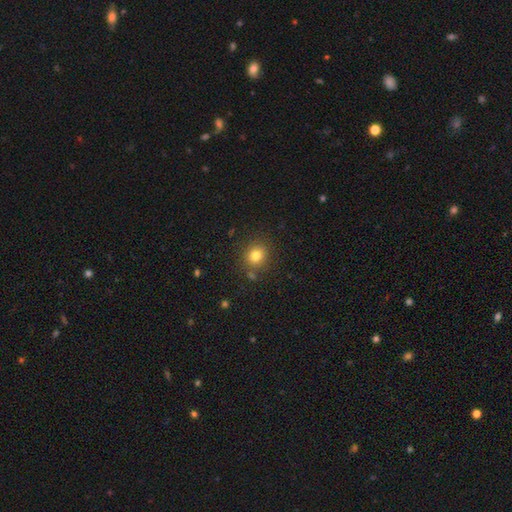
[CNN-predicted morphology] type=smooth (79%); roundness=round (83%); merging=none (82%).